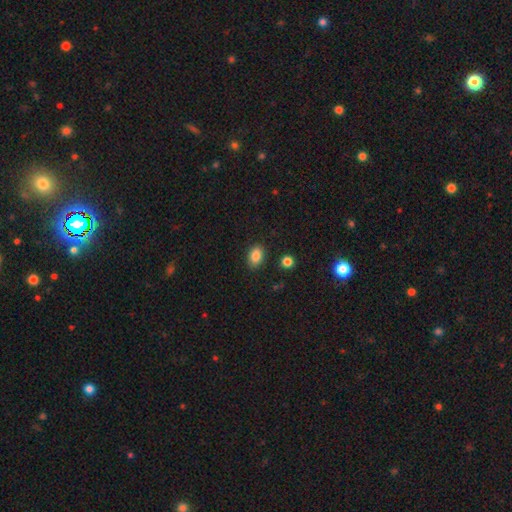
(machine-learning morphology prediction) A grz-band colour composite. It shows a smooth galaxy with no disk features (86%) that is in between round and cigar-shaped (83%). Merging: none (87%).